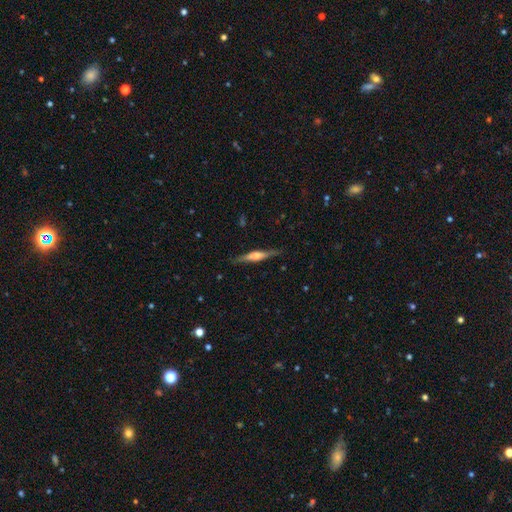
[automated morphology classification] smooth-or-featured: featured or disk: 65% | smooth: 29% | star or artifact: 6%
  disk-edge-on: yes: 97% | no: 3%
    edge-on-bulge: rounded: 61% | boxy: 29% | none: 10%
  merging: none: 86% | minor disturbance: 10% | major disturbance: 2% | merger: 1%